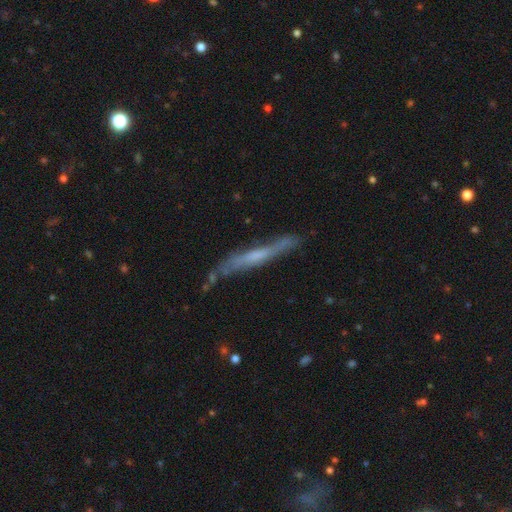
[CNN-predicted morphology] Smooth or featured: featured or disk — 58% (smooth — 35%)
Edge-on disk: yes — 84% (no — 16%)
Merging: none — 67% (minor disturbance — 23%)